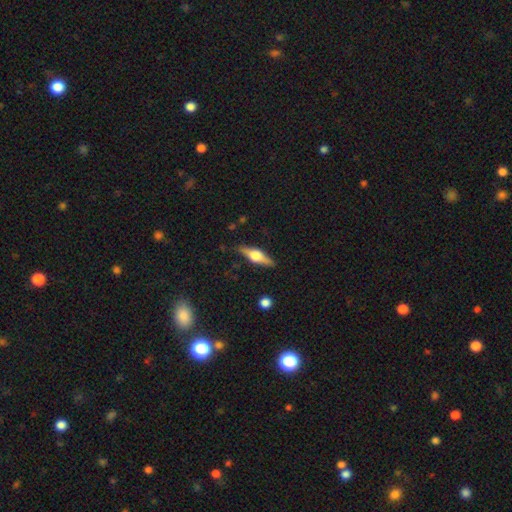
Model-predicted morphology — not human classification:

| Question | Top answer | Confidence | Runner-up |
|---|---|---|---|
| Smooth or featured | featured or disk | 65% | smooth (29%) |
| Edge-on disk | yes | 96% | no (4%) |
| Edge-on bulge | rounded | 93% | boxy (5%) |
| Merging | none | 88% | minor disturbance (9%) |